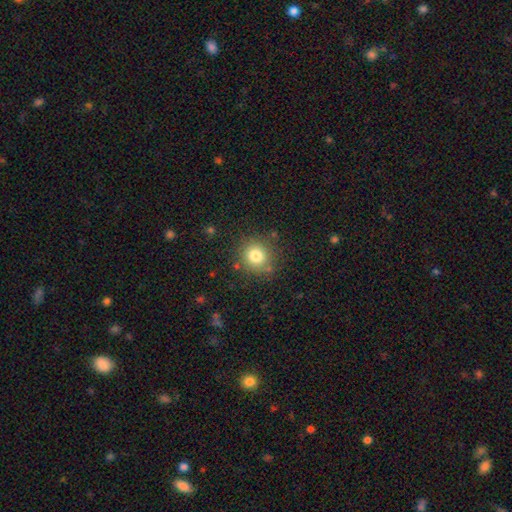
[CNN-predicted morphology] This is likely a smooth galaxy (79%). How rounded: clearly round (90%). Merging: clearly none (83%).